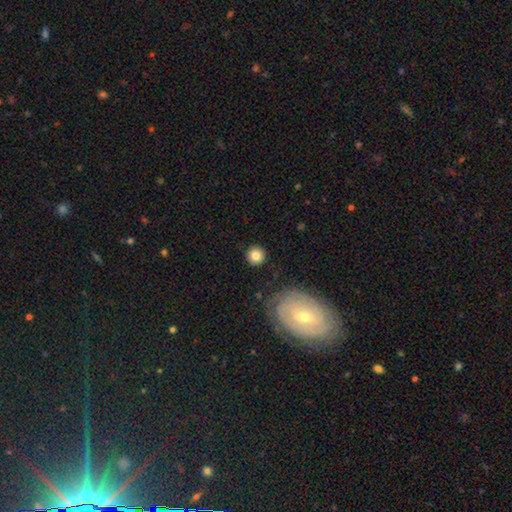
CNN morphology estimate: This is clearly a smooth galaxy (82%). How rounded: clearly round (94%). Merging: clearly none (89%).